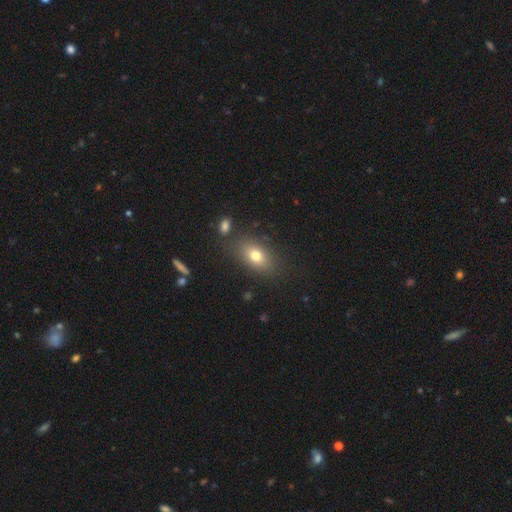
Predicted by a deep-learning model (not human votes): Smooth or featured? Predicted: smooth (p=0.74). How rounded? Predicted: in between (p=0.81). Merging? Predicted: none (p=0.80).